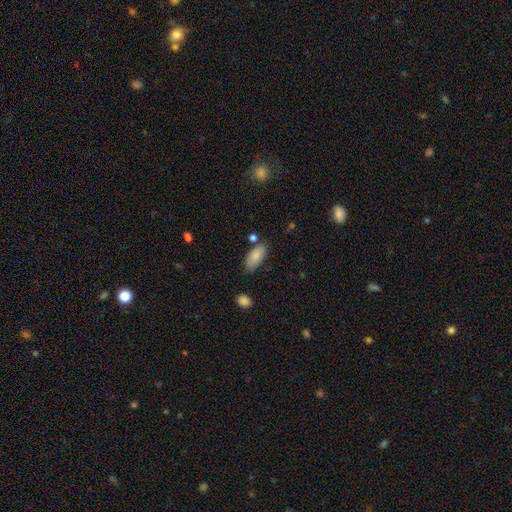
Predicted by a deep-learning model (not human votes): This is clearly a smooth galaxy (85%). How rounded: clearly in between (90%). Merging: likely none (71%).